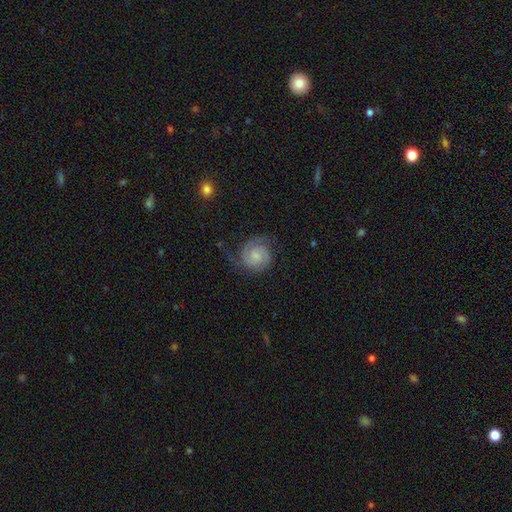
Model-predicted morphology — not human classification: featured or disk 78%, smooth 16%, star or artifact 6%. Down the decision tree: edge-on disk — no (98%); bar — no (66%); spiral arms — yes (97%); spiral arm count — 2 (76%); spiral winding — tight (59%); bulge size — small (57%); merging — none (67%).